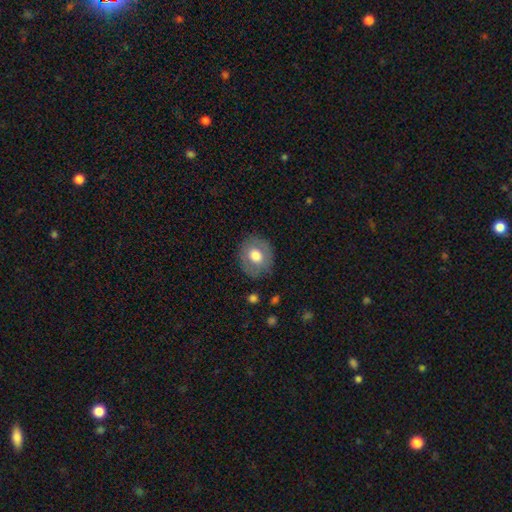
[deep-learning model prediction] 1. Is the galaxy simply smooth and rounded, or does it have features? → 62% smooth, 30% featured or disk, 7% star or artifact.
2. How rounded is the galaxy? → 67% round, 32% in between, 1% cigar-shaped.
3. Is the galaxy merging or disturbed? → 80% none, 14% minor disturbance, 5% major disturbance, 1% merger.